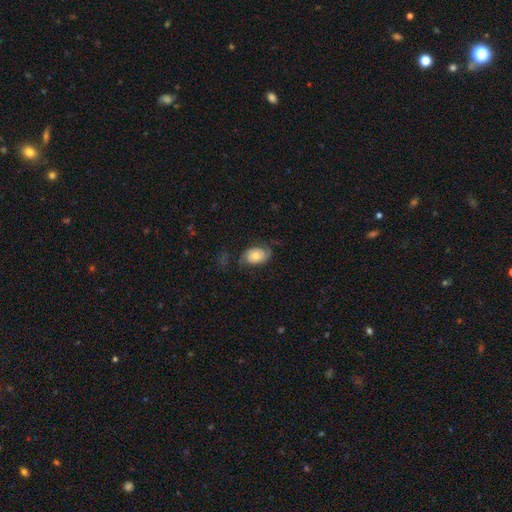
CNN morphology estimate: This appears to be a featured or disk galaxy (54%) with no bar (77%), spiral arms (84%) and a moderate central bulge (52%). Merging: none (60%).